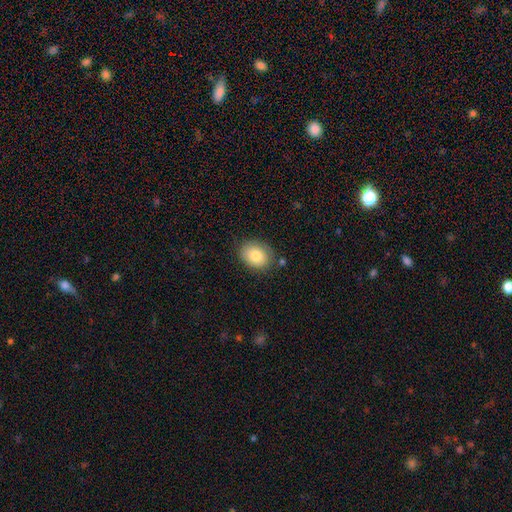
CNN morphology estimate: Smooth or featured? smooth (80%)
How rounded? in between (58%)
Merging? none (80%)